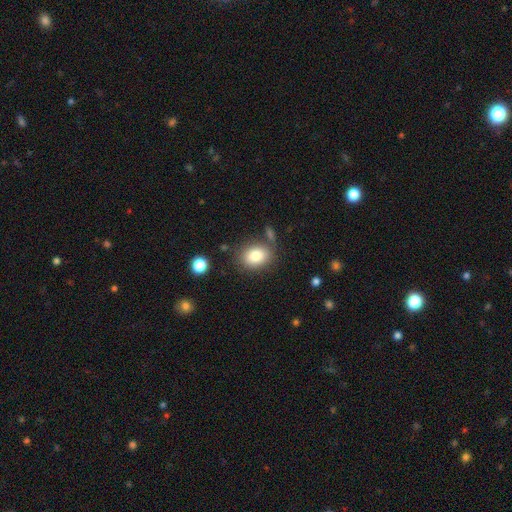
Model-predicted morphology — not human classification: The model was most divided on "how rounded": in between: 61%, round: 38%, cigar-shaped: 1%. More confident: smooth or featured — smooth (83%); merging — none (74%).